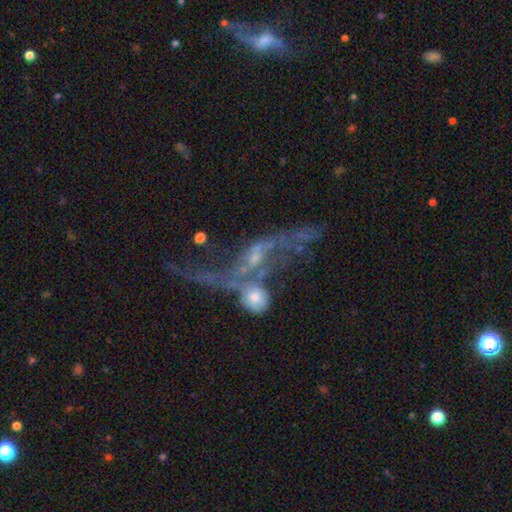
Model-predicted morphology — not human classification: Smooth or featured?
  - featured or disk: 74% *
  - smooth: 15%
  - star or artifact: 11%
Edge-on disk?
  - no: 90% *
  - yes: 10%
Bar?
  - no: 53% *
  - weak: 31%
  - strong: 16%
Spiral arms?
  - yes: 70% *
  - no: 30%
Bulge size?
  - small: 41% *
  - moderate: 32%
  - none: 20%
  - large: 5%
  - dominant: 2%
Merging?
  - merger: 47% *
  - major disturbance: 27%
  - none: 17%
  - minor disturbance: 10%